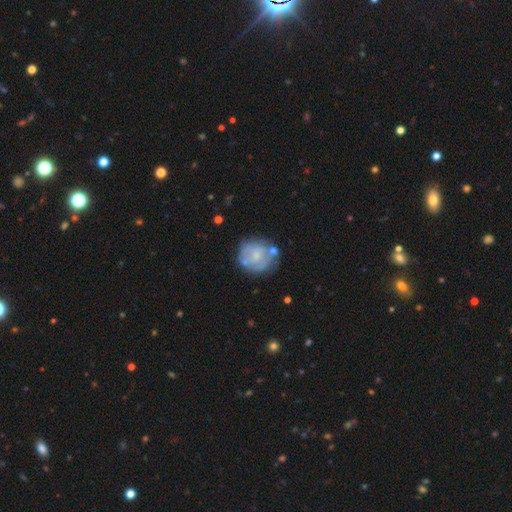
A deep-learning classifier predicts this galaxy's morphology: This is possibly a featured or disk galaxy (54%). It is clearly not viewed edge-on (98%). Bar: likely no (72%). Spiral arm pattern: possibly no (56%). Central bulge: possibly small (48%). Merging: possibly none (59%).